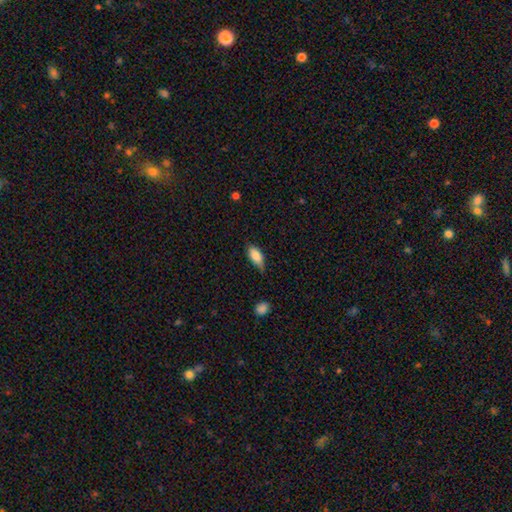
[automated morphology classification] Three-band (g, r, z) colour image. It shows a smooth galaxy with no disk features (83%) that is in between round and cigar-shaped (88%). Merging: none (53%).